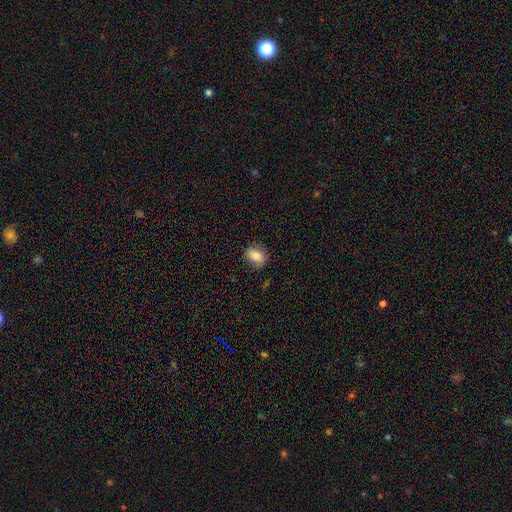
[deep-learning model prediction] Q: Smooth or featured?
A: smooth (75%); runner-up: featured or disk (16%)
Q: How rounded?
A: in between (71%); runner-up: round (27%)
Q: Merging?
A: none (79%); runner-up: minor disturbance (16%)